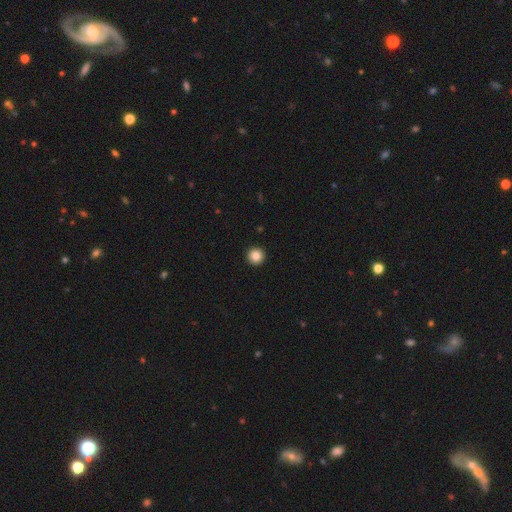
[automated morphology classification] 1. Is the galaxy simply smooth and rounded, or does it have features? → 85% smooth, 10% star or artifact, 5% featured or disk.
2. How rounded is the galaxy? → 96% round, 3% in between, 1% cigar-shaped.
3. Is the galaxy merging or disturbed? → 94% none, 4% minor disturbance, 1% major disturbance, 1% merger.